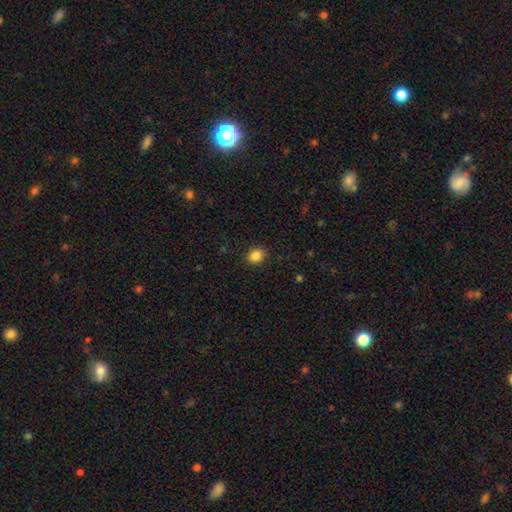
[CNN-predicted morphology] Smooth or featured: smooth — 86% (star or artifact — 10%)
How rounded: round — 63% (in between — 36%)
Merging: none — 90% (minor disturbance — 7%)